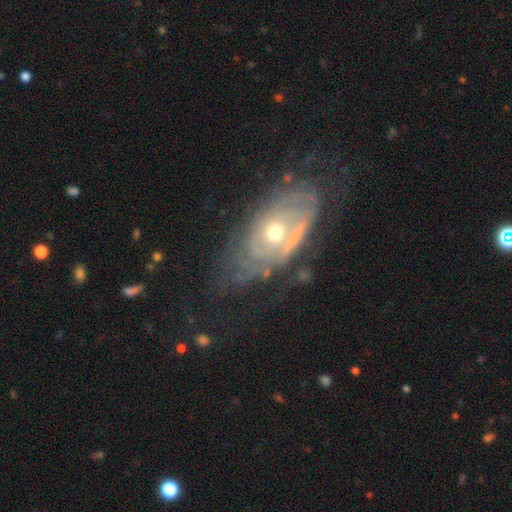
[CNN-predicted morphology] The model was most divided on "spiral arms": yes: 66%, no: 34%. More confident: edge-on disk — no (90%); bar — no (81%); smooth or featured — featured or disk (77%); bulge size — moderate (65%); merging — none (57%).